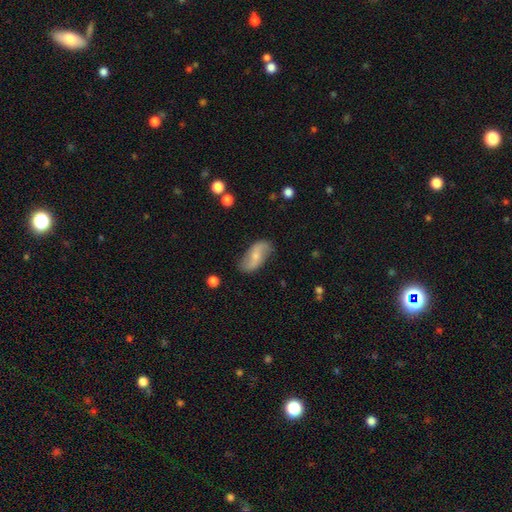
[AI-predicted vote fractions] The model was most divided on "bar": no: 49%, weak: 36%, strong: 15%. More confident: edge-on disk — no (93%); spiral arms — yes (83%); merging — none (77%); bulge size — small (55%); smooth or featured — featured or disk (55%).